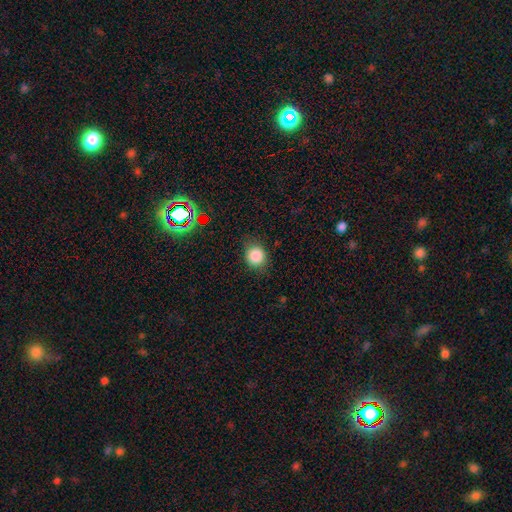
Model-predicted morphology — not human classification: The model was most divided on "how rounded": round: 74%, in between: 25%, cigar-shaped: 1%. More confident: smooth or featured — smooth (83%); merging — none (79%).